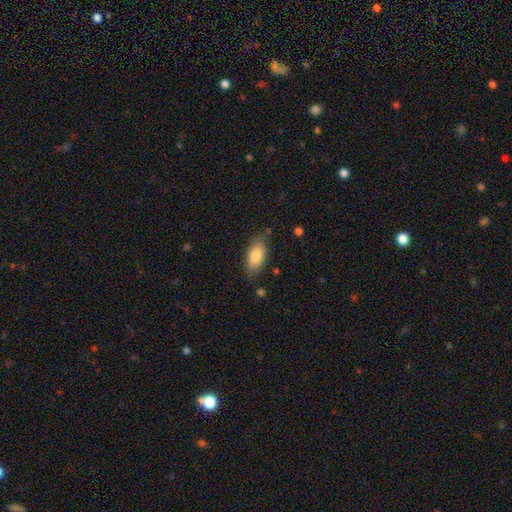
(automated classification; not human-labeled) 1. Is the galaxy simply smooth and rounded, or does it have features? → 84% smooth, 10% featured or disk, 6% star or artifact.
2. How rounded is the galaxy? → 89% in between, 9% cigar-shaped, 3% round.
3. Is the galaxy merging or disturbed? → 79% none, 16% minor disturbance, 4% major disturbance, 2% merger.